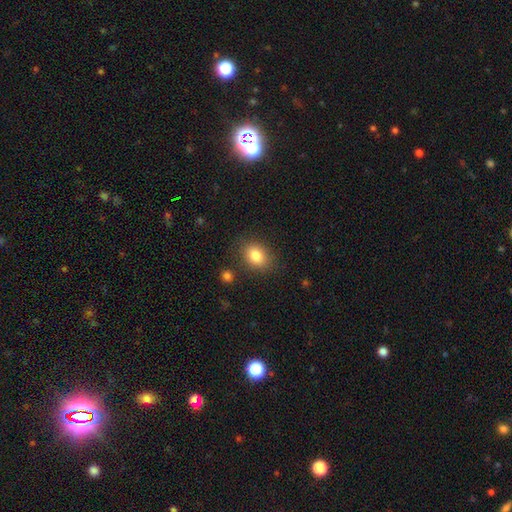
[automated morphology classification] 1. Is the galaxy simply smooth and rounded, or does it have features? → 83% smooth, 9% star or artifact, 8% featured or disk.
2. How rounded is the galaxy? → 65% in between, 34% round, 1% cigar-shaped.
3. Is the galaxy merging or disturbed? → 83% none, 11% minor disturbance, 3% major disturbance, 3% merger.